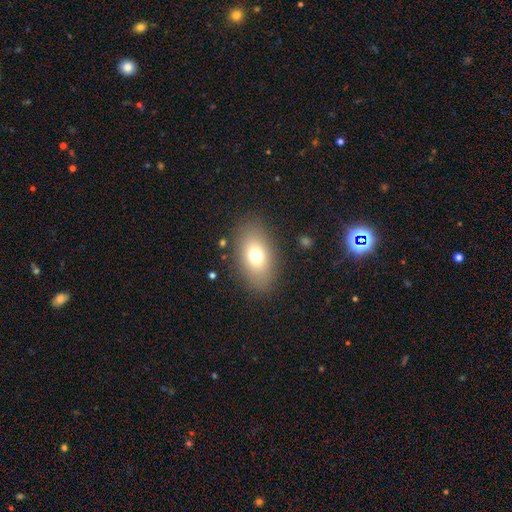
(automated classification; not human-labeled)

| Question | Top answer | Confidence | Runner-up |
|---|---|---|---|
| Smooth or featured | smooth | 73% | featured or disk (16%) |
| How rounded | in between | 85% | round (13%) |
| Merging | none | 85% | minor disturbance (10%) |